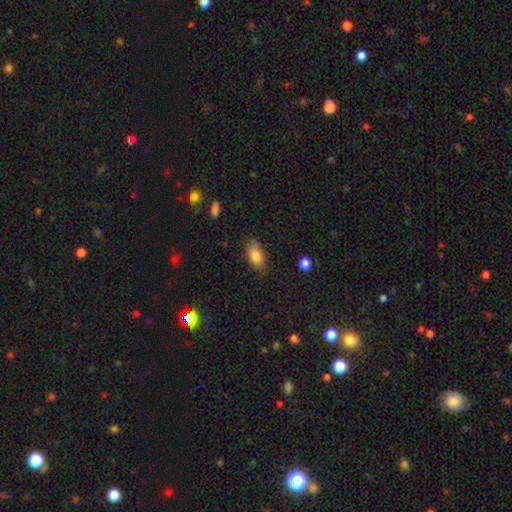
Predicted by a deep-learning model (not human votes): Morphology: type=smooth (81%); roundness=in between (90%); merging=none (76%).